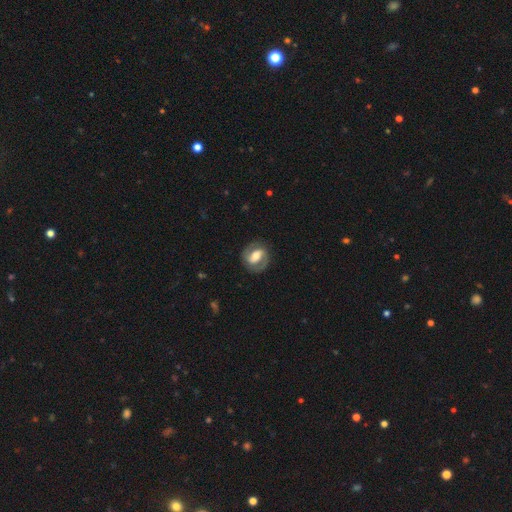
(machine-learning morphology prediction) smooth-or-featured: featured or disk: 74% | smooth: 20% | star or artifact: 6%
  disk-edge-on: no: 96% | yes: 4%
    bar: weak: 40% | strong: 39% | no: 22%
    has-spiral-arms: yes: 86% | no: 14%
      spiral-winding: medium: 48% | tight: 36% | loose: 16%
      spiral-arm-count: 2: 88% | can't tell: 5% | 1: 3% | 3: 1% | 4: 1% | more than 4: 1%
    bulge-size: moderate: 61% | large: 20% | small: 15% | dominant: 2% | none: 2%
  merging: none: 82% | minor disturbance: 12% | major disturbance: 5% | merger: 1%